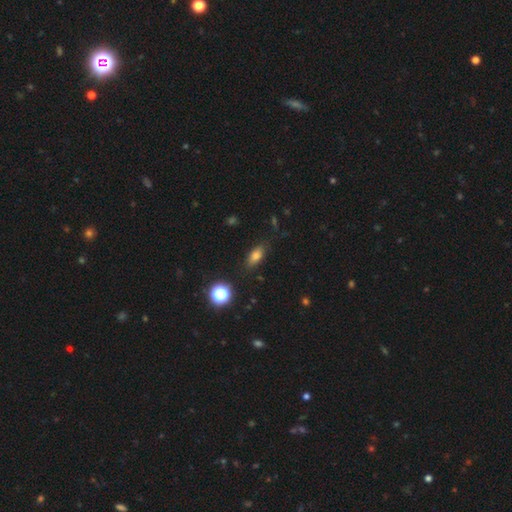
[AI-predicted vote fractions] smooth_or_featured: smooth (p=0.76) [alt: star or artifact p=0.13]
how_rounded: in between (p=0.79) [alt: cigar-shaped p=0.10]
merging: none (p=0.82) [alt: minor disturbance p=0.13]